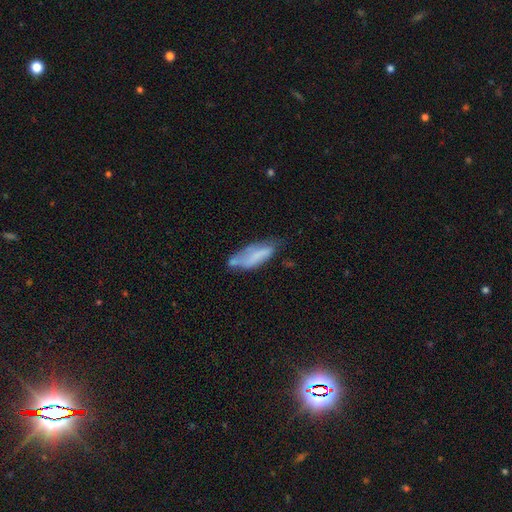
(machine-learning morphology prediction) Smooth or featured? Predicted: smooth (p=0.58). How rounded? Predicted: in between (p=0.60). Merging? Predicted: none (p=0.33).